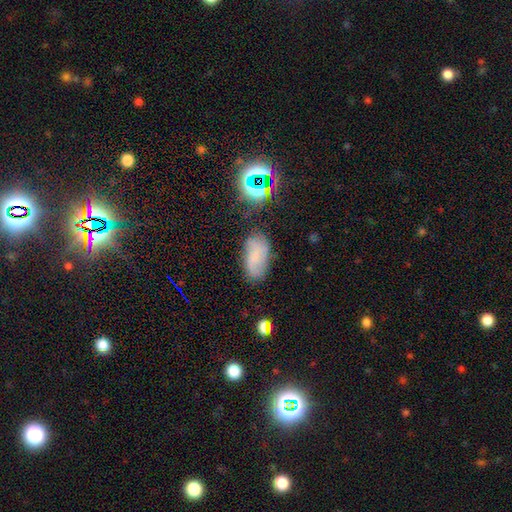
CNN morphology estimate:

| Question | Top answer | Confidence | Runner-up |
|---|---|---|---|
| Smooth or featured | smooth | 55% | featured or disk (29%) |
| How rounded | in between | 91% | round (5%) |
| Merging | none | 66% | minor disturbance (23%) |